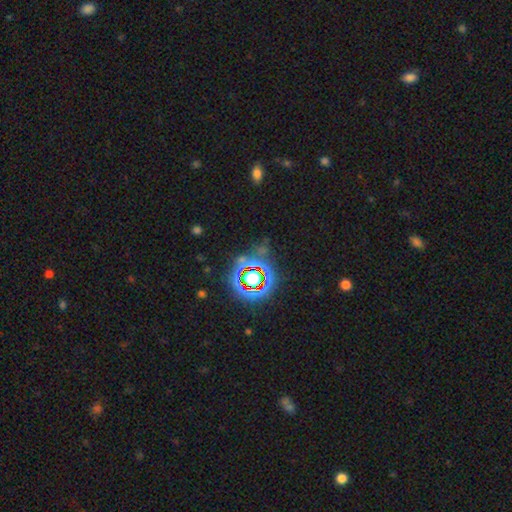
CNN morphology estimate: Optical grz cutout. It shows a star or artifact, not a galaxy (76%).